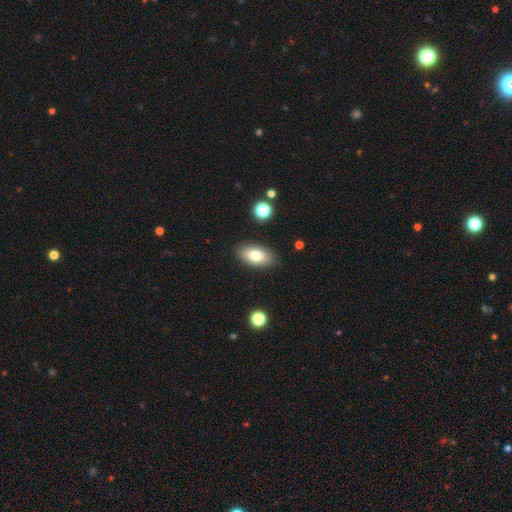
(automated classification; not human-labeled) smooth_or_featured: smooth (p=0.79) [alt: featured or disk p=0.14]
how_rounded: in between (p=0.91) [alt: cigar-shaped p=0.05]
merging: none (p=0.87) [alt: minor disturbance p=0.09]